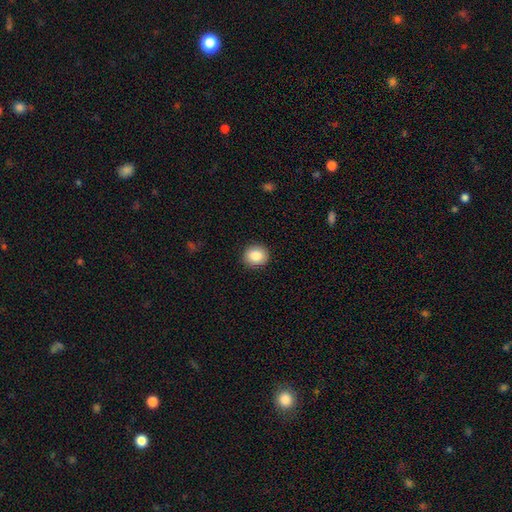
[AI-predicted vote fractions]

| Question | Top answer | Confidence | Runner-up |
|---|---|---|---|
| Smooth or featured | smooth | 86% | star or artifact (9%) |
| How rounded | round | 84% | in between (15%) |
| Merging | none | 91% | minor disturbance (6%) |